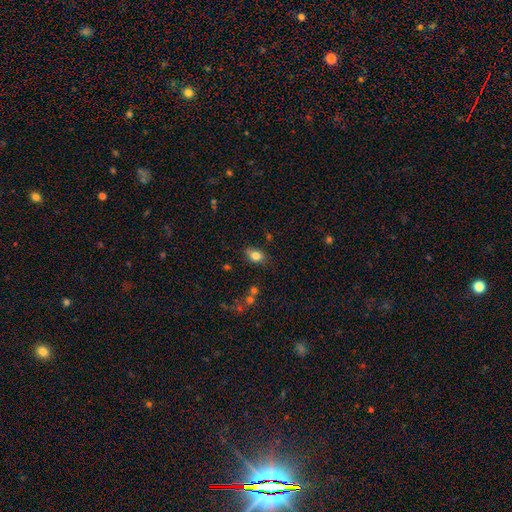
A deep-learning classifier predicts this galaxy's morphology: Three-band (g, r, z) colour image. It shows a smooth galaxy with no disk features (81%) that is in between round and cigar-shaped (75%). Merging: none (77%).